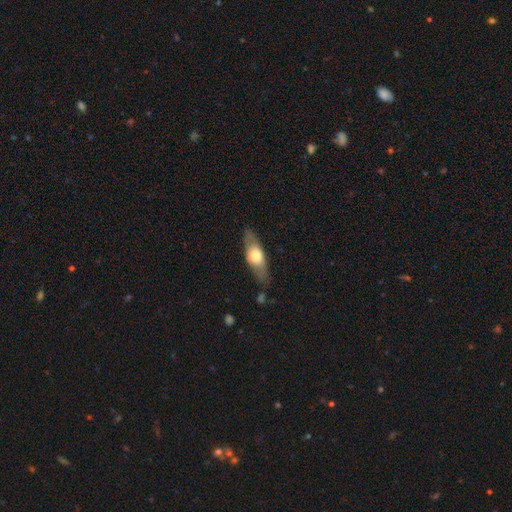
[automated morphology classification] smooth_or_featured: smooth (p=0.49) [alt: featured or disk p=0.45]
merging: none (p=0.78) [alt: minor disturbance p=0.15]